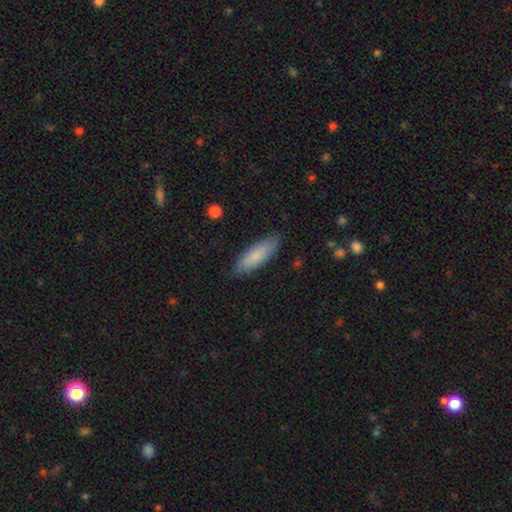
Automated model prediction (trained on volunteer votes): Smooth or featured? Predicted: smooth (p=0.82). How rounded? Predicted: cigar-shaped (p=0.50). Merging? Predicted: none (p=0.85).